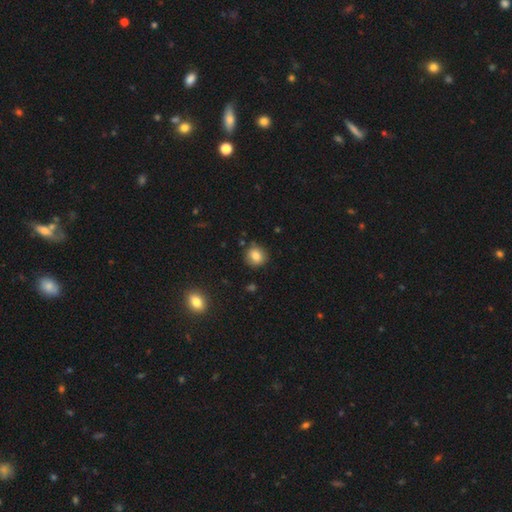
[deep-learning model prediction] Smooth or featured: smooth — 82% (star or artifact — 10%)
How rounded: round — 86% (in between — 13%)
Merging: none — 84% (minor disturbance — 11%)